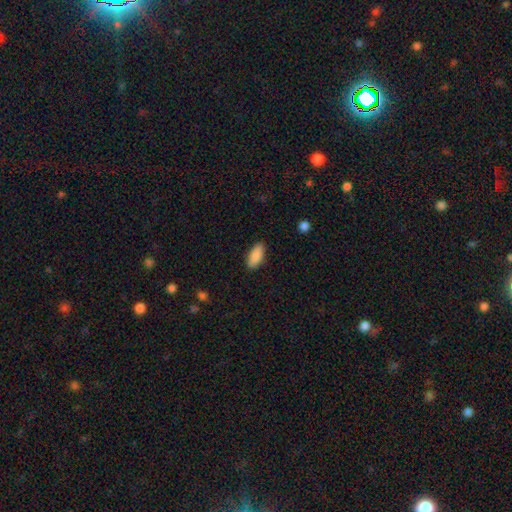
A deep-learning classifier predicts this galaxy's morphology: Overall: smooth (89%). How rounded: in between (86%). Merging: none (89%).